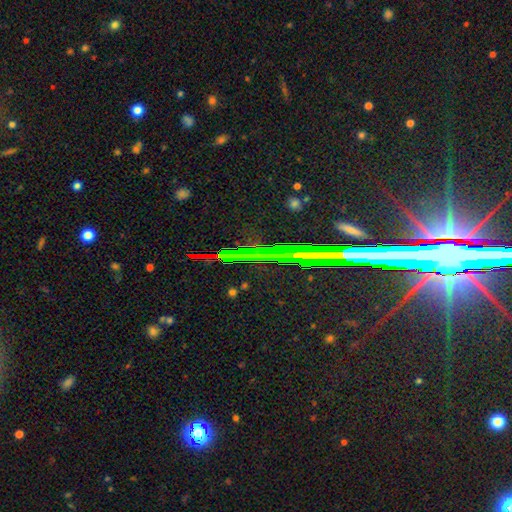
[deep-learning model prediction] The model was most divided on "smooth or featured": star or artifact: 79%, featured or disk: 13%, smooth: 8%.